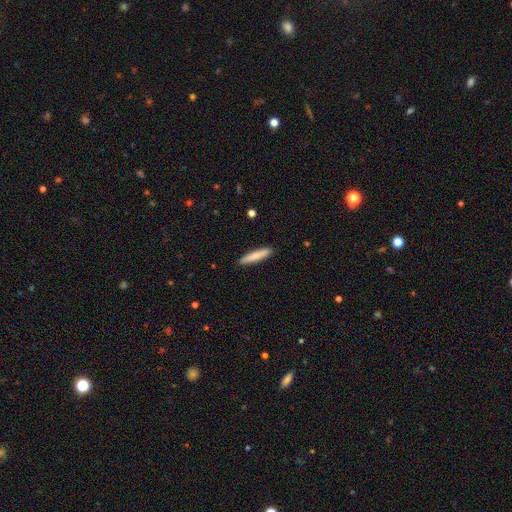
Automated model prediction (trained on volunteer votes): smooth-or-featured: smooth: 75% | featured or disk: 20% | star or artifact: 5%
  how-rounded: cigar-shaped: 90% | in between: 8% | round: 1%
  merging: none: 90% | minor disturbance: 7% | major disturbance: 1% | merger: 1%